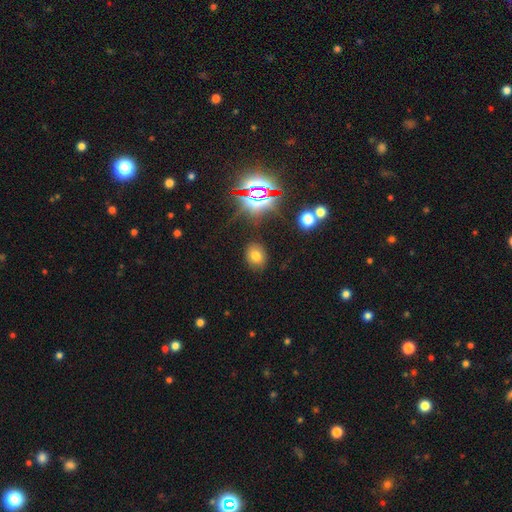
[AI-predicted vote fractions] Smooth or featured?
  - smooth: 69% *
  - star or artifact: 21%
  - featured or disk: 9%
How rounded?
  - round: 52% *
  - in between: 47%
  - cigar-shaped: 1%
Merging?
  - none: 86% *
  - minor disturbance: 9%
  - major disturbance: 3%
  - merger: 2%